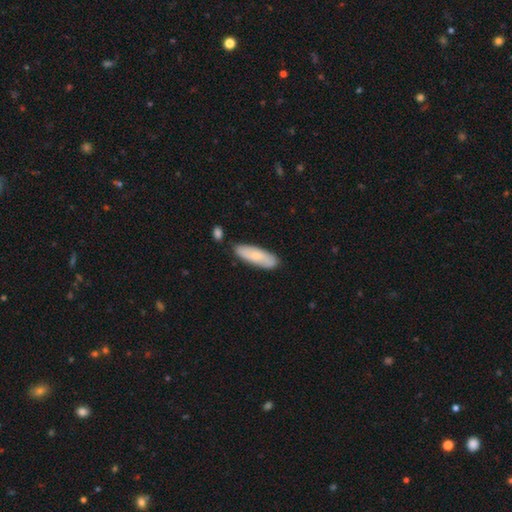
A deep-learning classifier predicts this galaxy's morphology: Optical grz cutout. It shows a smooth galaxy with no disk features (65%) that is in between round and cigar-shaped (56%). Merging: none (79%).